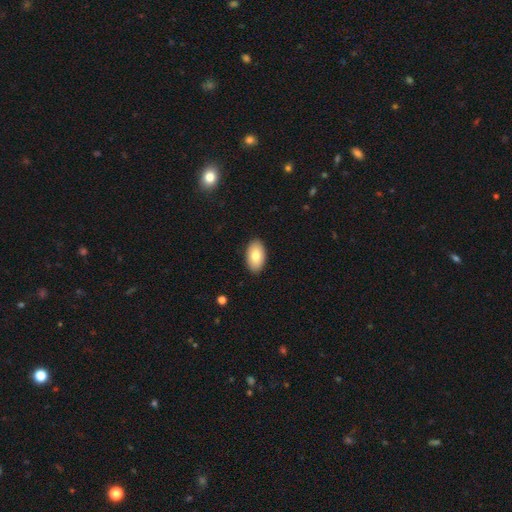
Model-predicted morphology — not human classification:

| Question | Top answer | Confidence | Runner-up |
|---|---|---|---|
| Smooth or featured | smooth | 79% | featured or disk (15%) |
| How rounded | in between | 95% | round (4%) |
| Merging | none | 89% | minor disturbance (8%) |